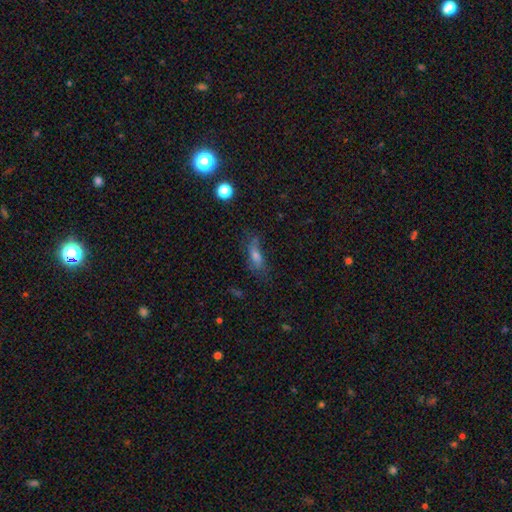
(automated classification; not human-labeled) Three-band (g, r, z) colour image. It shows a smooth galaxy with no disk features (54%) that is in between round and cigar-shaped (53%). Merging: none (61%).